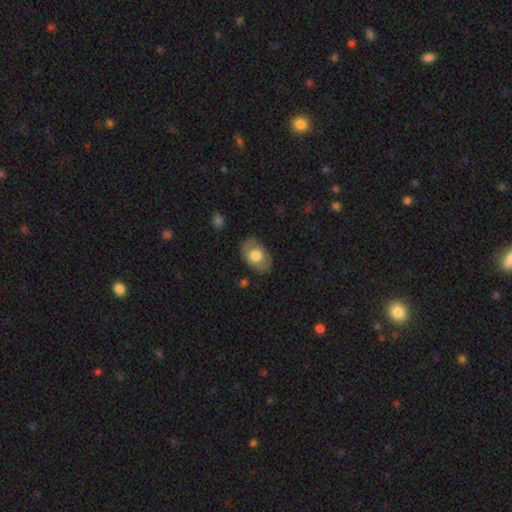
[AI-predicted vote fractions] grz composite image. It shows a smooth galaxy with no disk features (64%) that is in between round and cigar-shaped (86%). Merging: none (79%).